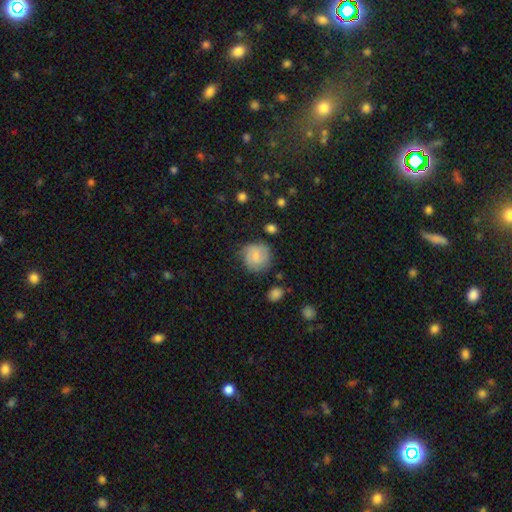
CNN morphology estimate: Smooth or featured? smooth (76%)
How rounded? round (88%)
Merging? none (67%)